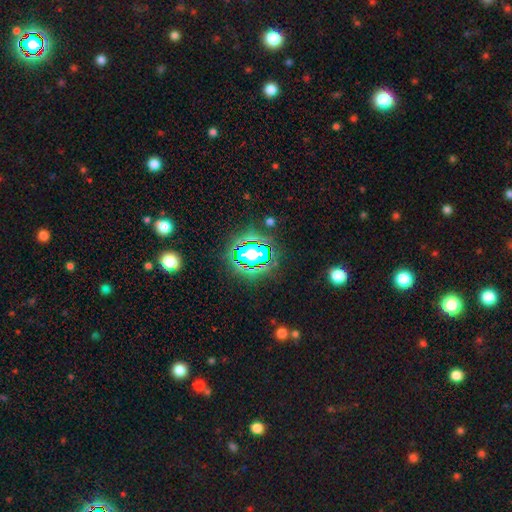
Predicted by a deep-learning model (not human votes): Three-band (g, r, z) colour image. It shows a star or artifact, not a galaxy (60%).